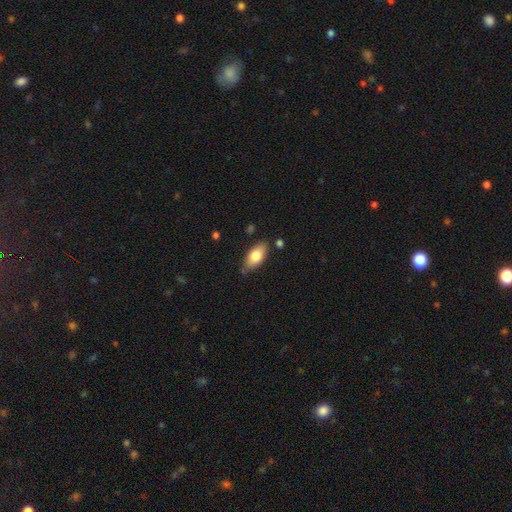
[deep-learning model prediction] smooth-or-featured: smooth: 77% | featured or disk: 16% | star or artifact: 6%
  how-rounded: in between: 90% | cigar-shaped: 7% | round: 3%
  merging: none: 78% | minor disturbance: 16% | merger: 3% | major disturbance: 3%